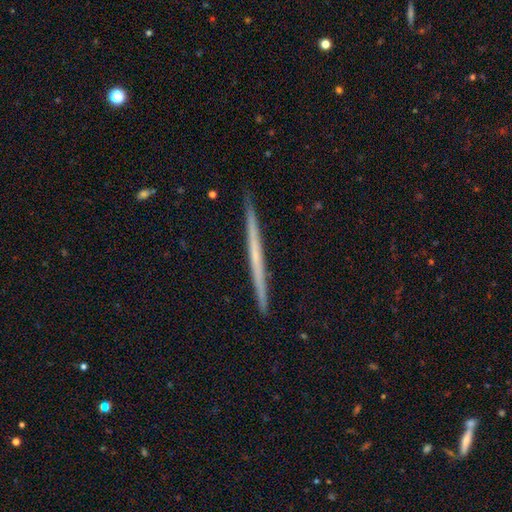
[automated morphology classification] featured or disk 60%, smooth 35%, star or artifact 6%. Down the decision tree: edge-on disk — yes (98%); edge-on bulge — none (89%); merging — none (92%).